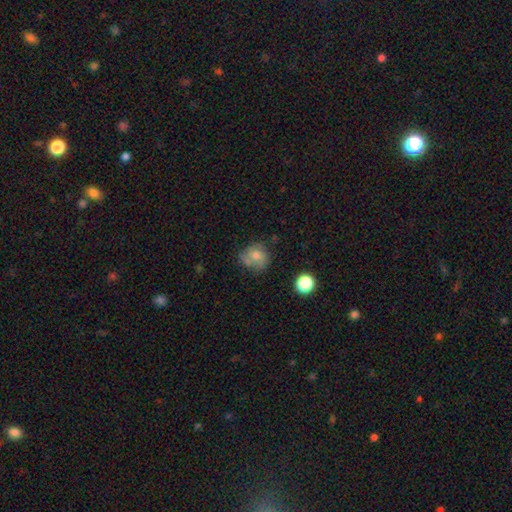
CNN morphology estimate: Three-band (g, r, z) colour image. It shows a smooth galaxy with no disk features (62%) that is round (76%). Merging: none (54%).